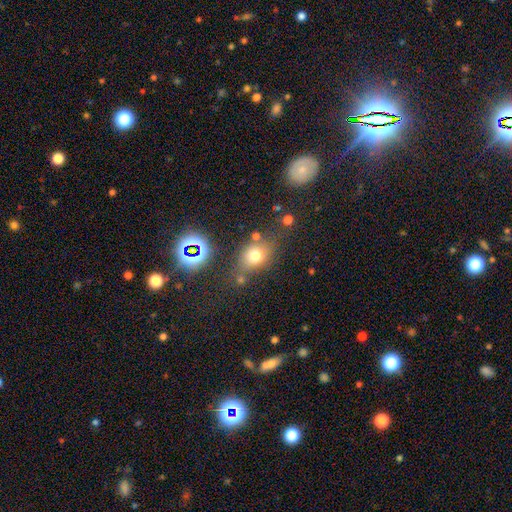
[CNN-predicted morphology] smooth 69%, star or artifact 19%, featured or disk 12%. Down the decision tree: how rounded — round (51%); merging — none (67%).